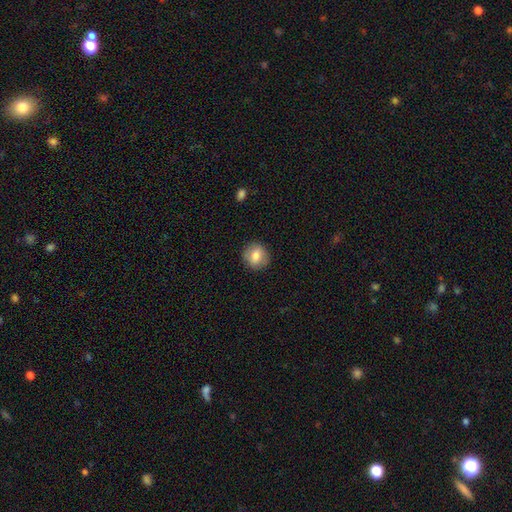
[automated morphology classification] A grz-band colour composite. It shows a smooth galaxy with no disk features (75%) that is round (85%). Merging: none (89%).